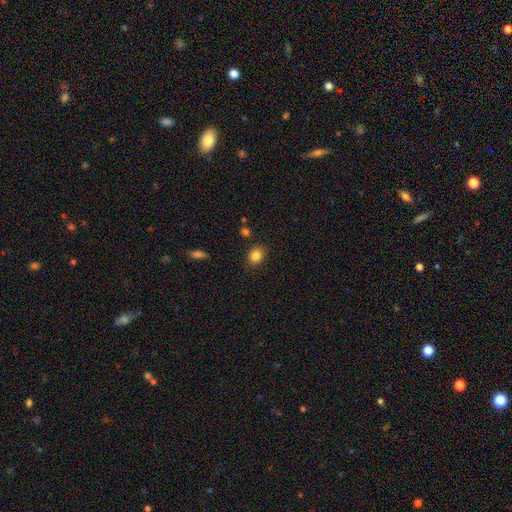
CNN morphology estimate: A smooth galaxy with no disk features (84%) that is in between round and cigar-shaped (52%).

Vote fractions:
- Smooth or featured? smooth: 84% / star or artifact: 10% / featured or disk: 6%
- How rounded? in between: 52% / round: 47% / cigar-shaped: 1%
- Merging? none: 85% / minor disturbance: 10% / major disturbance: 3% / merger: 2%